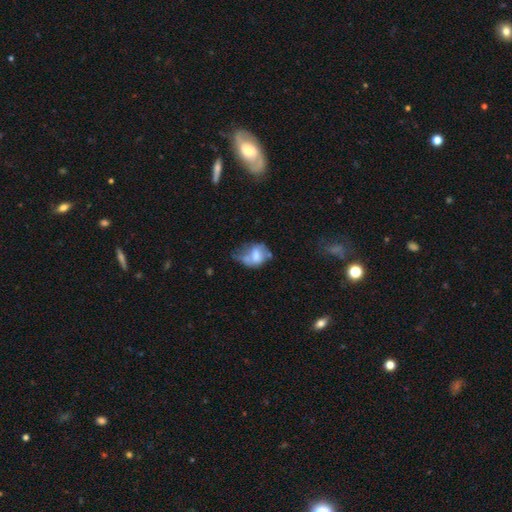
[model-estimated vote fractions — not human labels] Smooth or featured?
  - smooth: 55% *
  - featured or disk: 35%
  - star or artifact: 10%
How rounded?
  - in between: 64% *
  - round: 34%
  - cigar-shaped: 2%
Merging?
  - minor disturbance: 30% *
  - major disturbance: 27%
  - none: 25%
  - merger: 19%